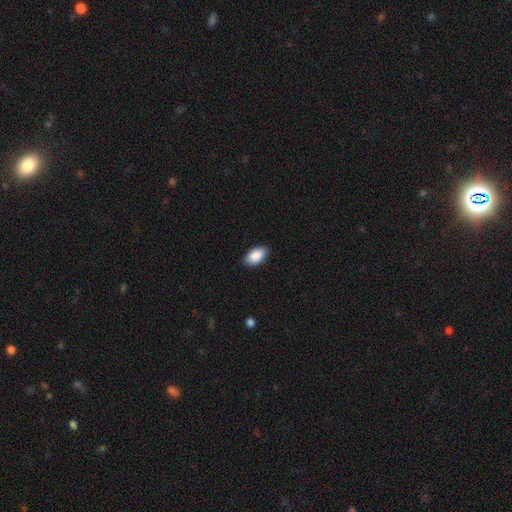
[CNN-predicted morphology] The model was most divided on "merging": none: 88%, minor disturbance: 9%, major disturbance: 2%, merger: 1%. More confident: how rounded — in between (94%); smooth or featured — smooth (90%).